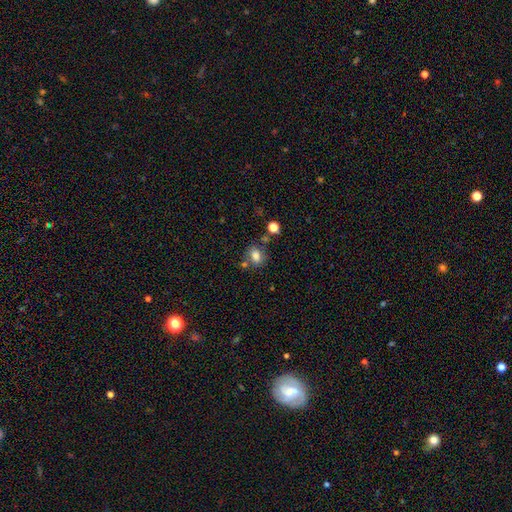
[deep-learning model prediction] smooth-or-featured: smooth: 79% | star or artifact: 11% | featured or disk: 9%
  how-rounded: in between: 58% | round: 41% | cigar-shaped: 1%
  merging: none: 64% | minor disturbance: 16% | merger: 15% | major disturbance: 5%